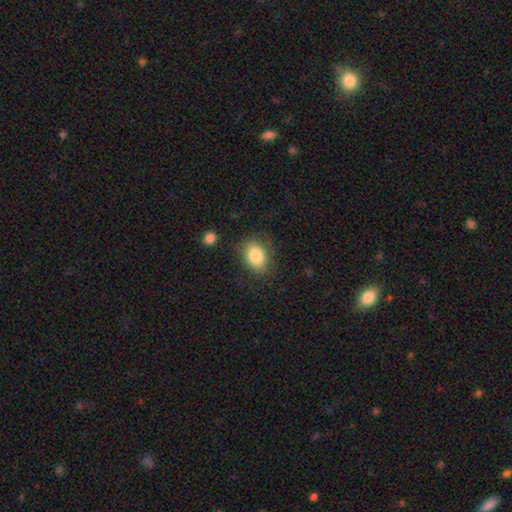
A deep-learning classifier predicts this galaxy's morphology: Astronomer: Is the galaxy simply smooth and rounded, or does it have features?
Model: smooth — 83%.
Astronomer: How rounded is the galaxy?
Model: in between — 72%.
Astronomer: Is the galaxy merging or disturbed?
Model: none — 77%.